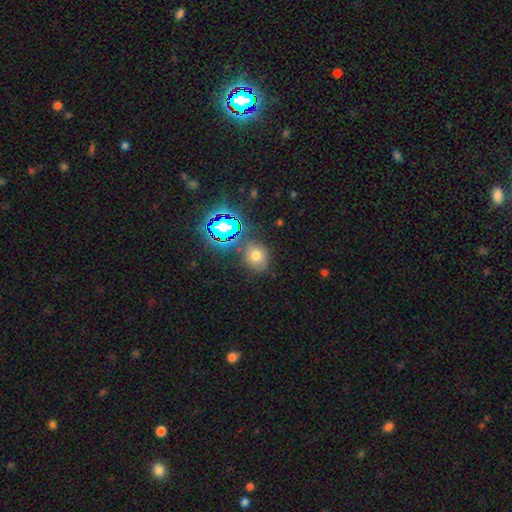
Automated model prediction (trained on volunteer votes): smooth-or-featured: smooth: 62% | star or artifact: 26% | featured or disk: 12%
  how-rounded: round: 59% | in between: 40% | cigar-shaped: 1%
  merging: none: 73% | minor disturbance: 16% | merger: 6% | major disturbance: 6%